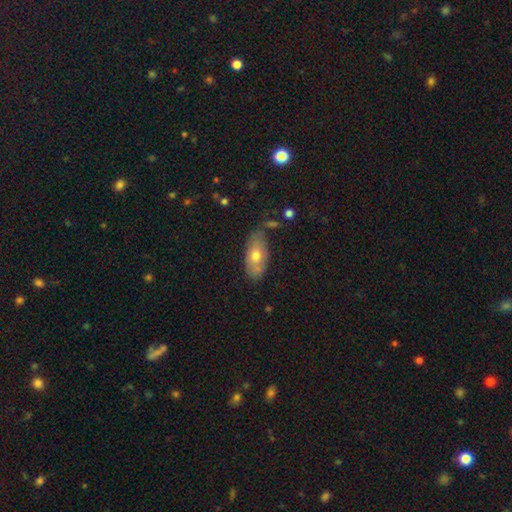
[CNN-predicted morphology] A smooth galaxy with no disk features (63%) that is in between round and cigar-shaped (87%).

Vote fractions:
- Smooth or featured? smooth: 63% / featured or disk: 29% / star or artifact: 8%
- How rounded? in between: 87% / cigar-shaped: 9% / round: 4%
- Merging? none: 66% / minor disturbance: 23% / merger: 5% / major disturbance: 5%